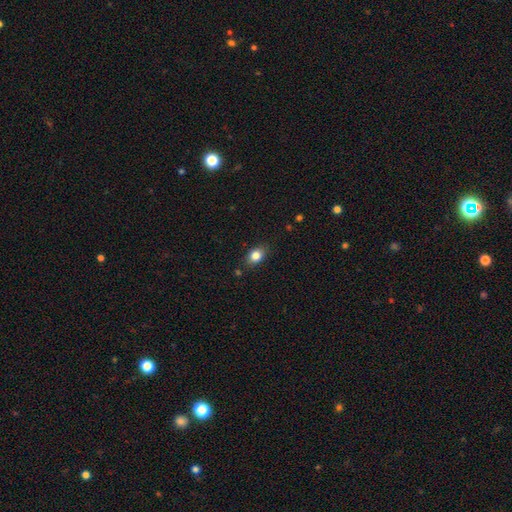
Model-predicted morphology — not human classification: Overall: smooth (82%). How rounded: in between (74%). Merging: none (83%).